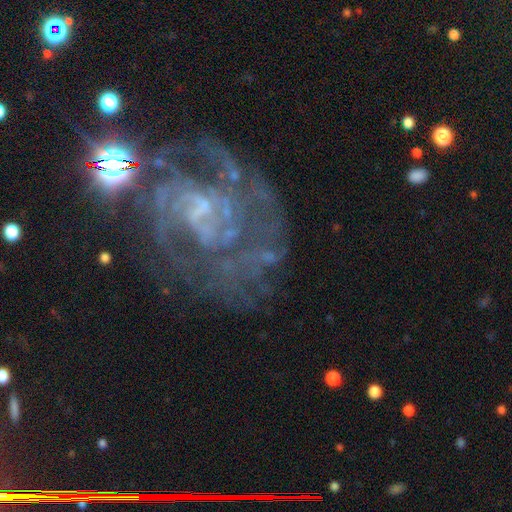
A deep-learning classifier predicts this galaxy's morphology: Smooth or featured? featured or disk (82%)
Edge-on disk? no (98%)
Bar? no (52%)
Spiral arms? yes (86%)
Spiral winding? tight (46%)
Spiral arm count? can't tell (34%)
Bulge size? small (46%)
Merging? none (56%)